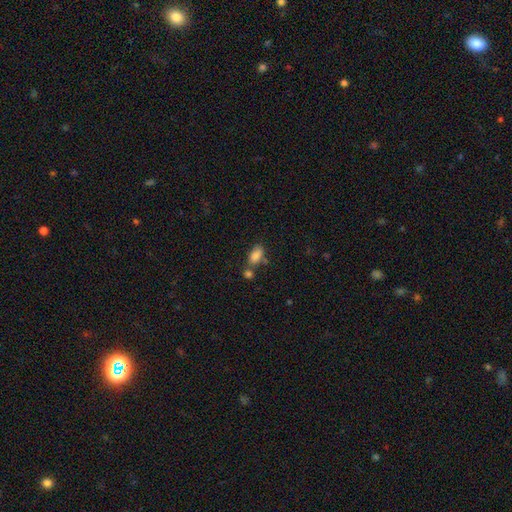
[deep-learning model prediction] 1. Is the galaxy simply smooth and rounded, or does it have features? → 82% smooth, 10% star or artifact, 8% featured or disk.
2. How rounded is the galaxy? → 88% in between, 7% round, 5% cigar-shaped.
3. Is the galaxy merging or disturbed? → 45% none, 34% merger, 15% minor disturbance, 7% major disturbance.